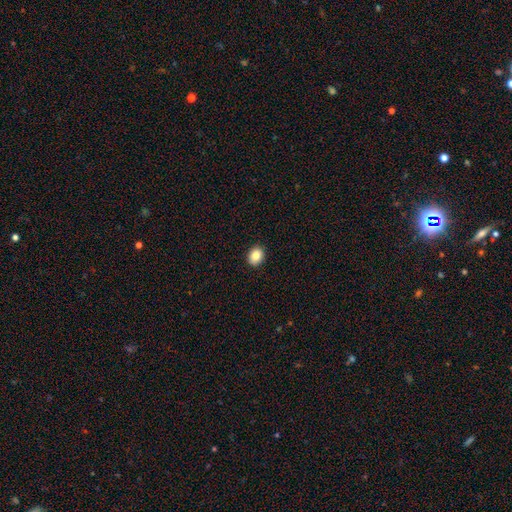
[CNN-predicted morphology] Q: Smooth or featured?
A: smooth (85%); runner-up: star or artifact (9%)
Q: How rounded?
A: round (53%); runner-up: in between (46%)
Q: Merging?
A: none (91%); runner-up: minor disturbance (6%)